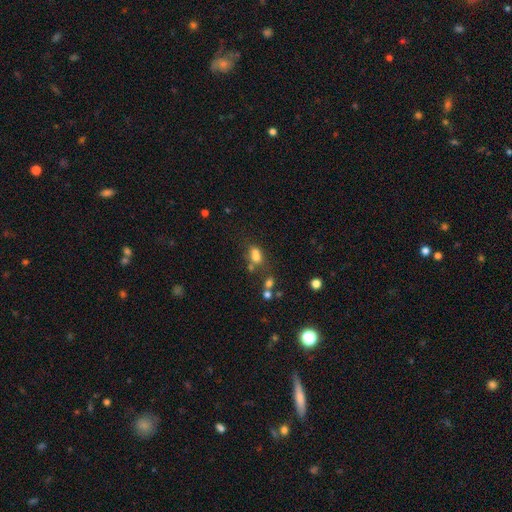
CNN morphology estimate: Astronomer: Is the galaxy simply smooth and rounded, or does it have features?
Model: smooth — 68%.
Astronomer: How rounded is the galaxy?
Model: in between — 63%.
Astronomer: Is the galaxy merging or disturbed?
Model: none — 39%, tied with merger at 39%.